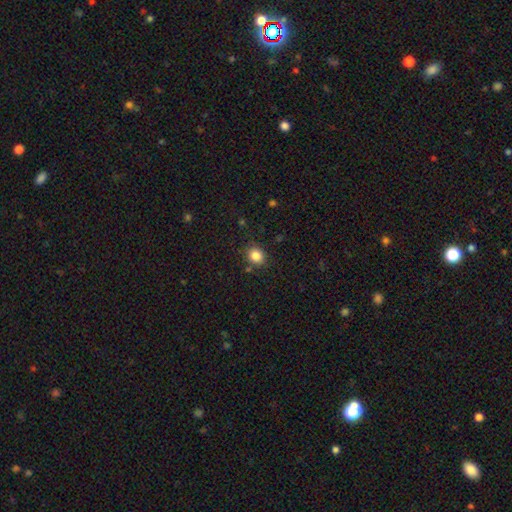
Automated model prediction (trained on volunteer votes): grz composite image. It shows a smooth galaxy with no disk features (84%) that is round (66%). Merging: none (83%).